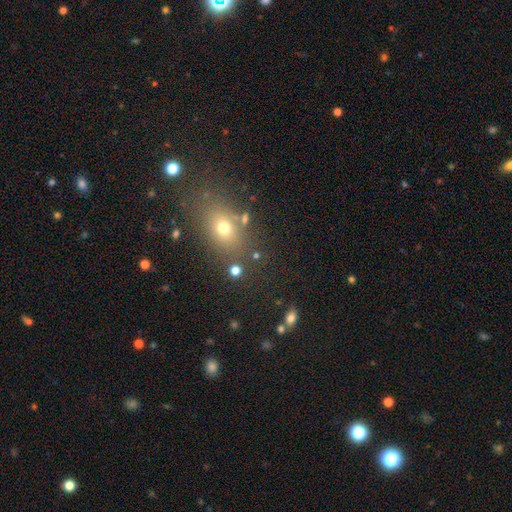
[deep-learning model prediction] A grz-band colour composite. It shows a smooth galaxy with no disk features (58%) that is in between round and cigar-shaped (52%). Merging: none (76%).